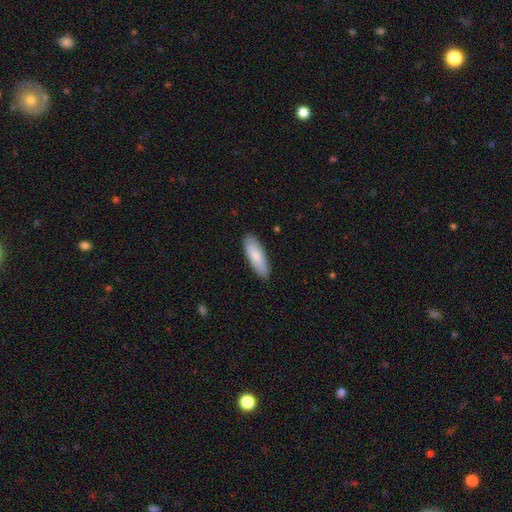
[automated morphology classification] The model was most divided on "how rounded": in between: 60%, cigar-shaped: 39%, round: 2%. More confident: merging — none (88%); smooth or featured — smooth (84%).